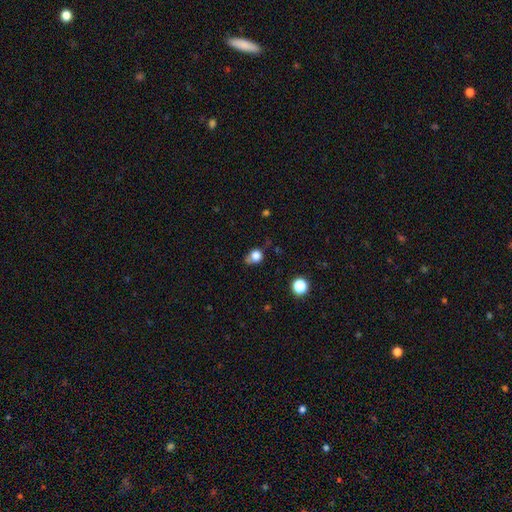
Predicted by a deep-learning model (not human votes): Smooth or featured: smooth — 80% (star or artifact — 13%)
How rounded: round — 78% (in between — 21%)
Merging: none — 53% (minor disturbance — 24%)